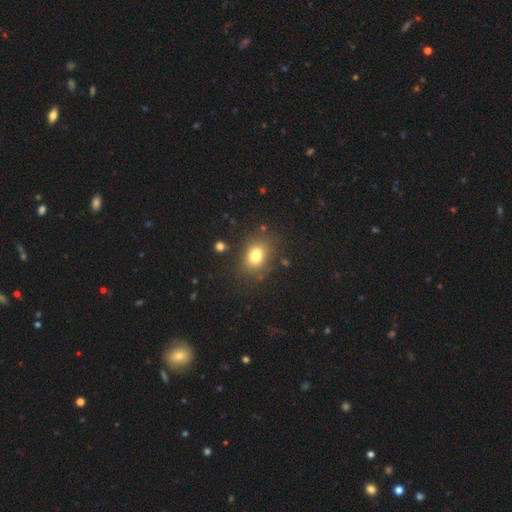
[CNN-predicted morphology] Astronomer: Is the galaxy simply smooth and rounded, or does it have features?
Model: smooth — 78%.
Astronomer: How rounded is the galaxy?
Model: in between — 58% (runner-up: round, 40%).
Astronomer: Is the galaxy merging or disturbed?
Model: none — 79%.